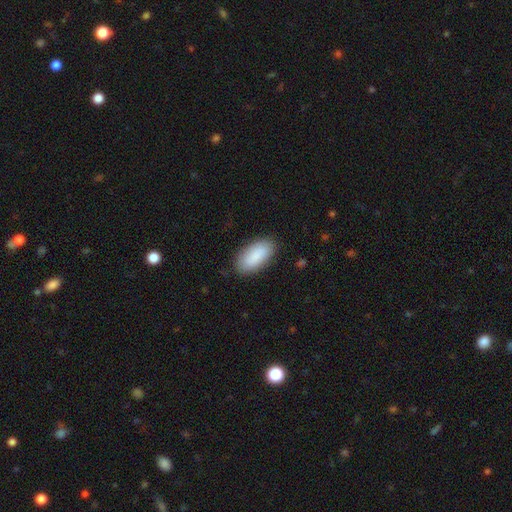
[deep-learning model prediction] Overall: smooth (88%). How rounded: in between (93%). Merging: none (86%).